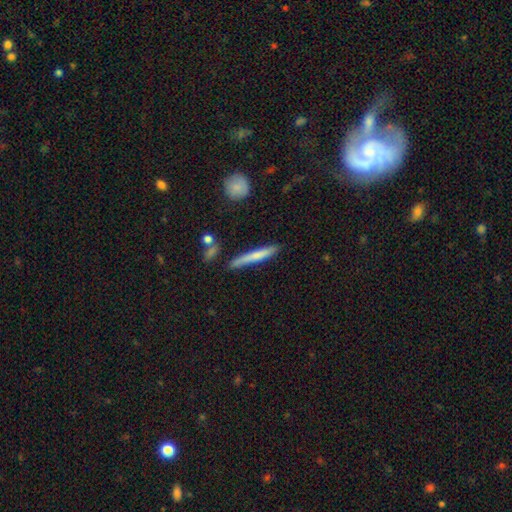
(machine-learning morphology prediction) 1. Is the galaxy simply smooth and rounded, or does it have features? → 66% smooth, 28% featured or disk, 6% star or artifact.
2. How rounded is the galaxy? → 95% cigar-shaped, 4% in between, 2% round.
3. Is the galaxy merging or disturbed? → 76% none, 17% minor disturbance, 4% merger, 4% major disturbance.